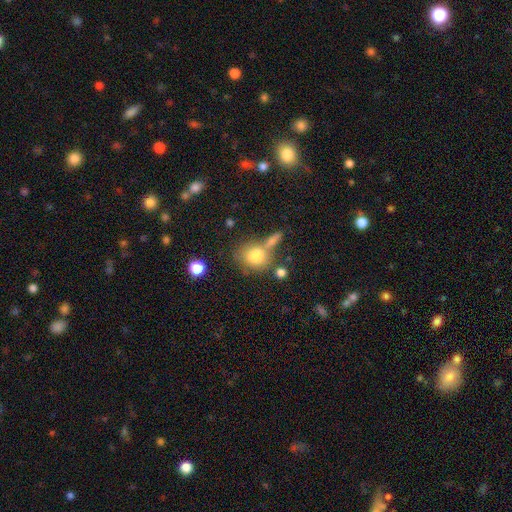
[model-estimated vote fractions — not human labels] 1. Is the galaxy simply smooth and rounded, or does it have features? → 78% smooth, 13% featured or disk, 10% star or artifact.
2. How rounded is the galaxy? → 58% round, 40% in between, 2% cigar-shaped.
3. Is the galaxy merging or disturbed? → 43% none, 33% merger, 15% minor disturbance, 9% major disturbance.